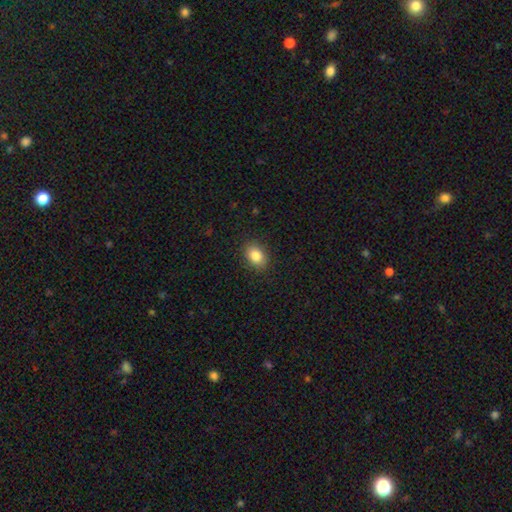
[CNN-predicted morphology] smooth_or_featured: smooth (p=0.85) [alt: star or artifact p=0.09]
how_rounded: in between (p=0.71) [alt: round p=0.28]
merging: none (p=0.89) [alt: minor disturbance p=0.08]